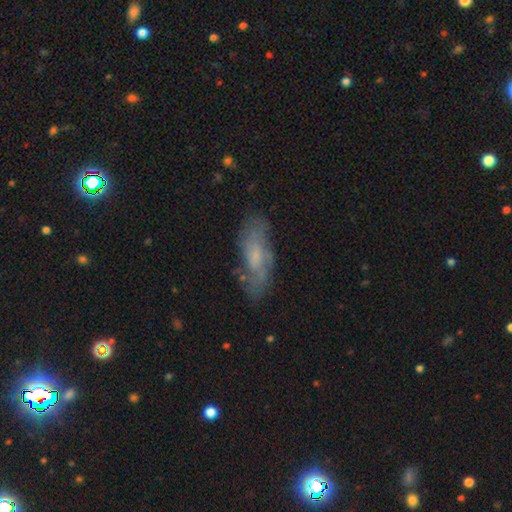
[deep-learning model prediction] smooth_or_featured: featured or disk (p=0.50) [alt: smooth p=0.42]
merging: none (p=0.69) [alt: minor disturbance p=0.21]